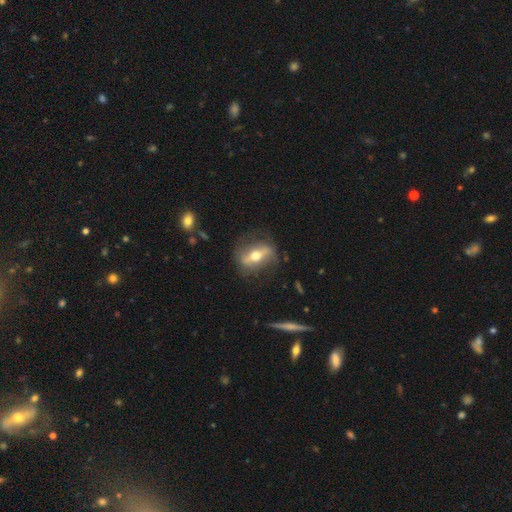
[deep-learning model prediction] Overall: featured or disk (69%). Edge-on disk: no (61%; yes 39%). Merging: none (74%).